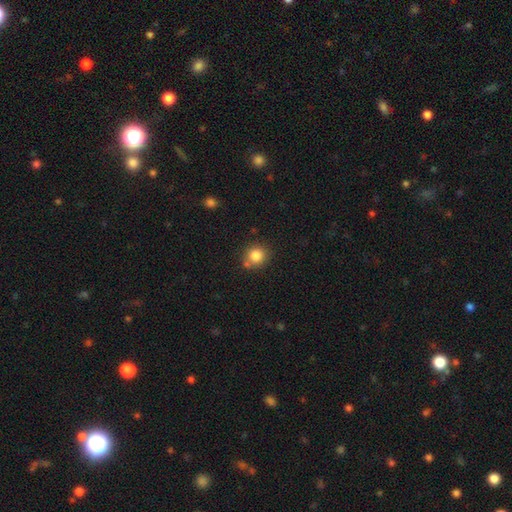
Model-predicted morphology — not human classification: Q: Smooth or featured?
A: smooth (83%); runner-up: star or artifact (10%)
Q: How rounded?
A: round (87%); runner-up: in between (12%)
Q: Merging?
A: none (72%); runner-up: merger (13%)